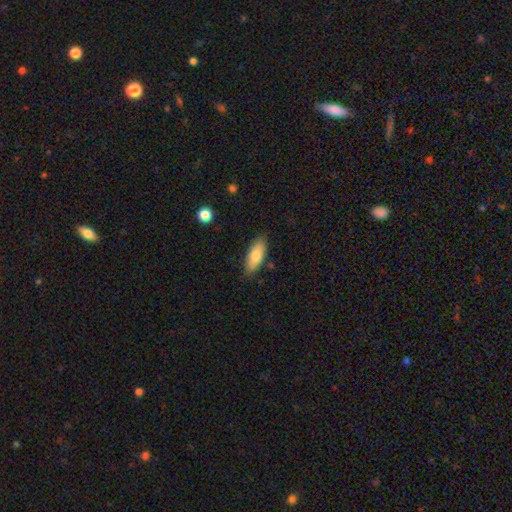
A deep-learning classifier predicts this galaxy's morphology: smooth-or-featured: smooth: 79% | featured or disk: 15% | star or artifact: 6%
  how-rounded: in between: 79% | cigar-shaped: 19% | round: 2%
  merging: none: 83% | minor disturbance: 13% | major disturbance: 2% | merger: 2%